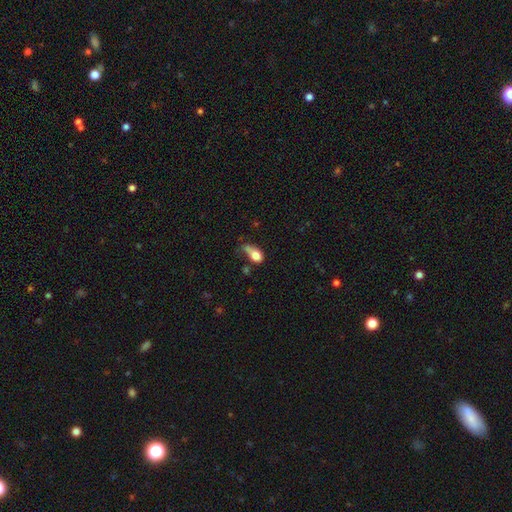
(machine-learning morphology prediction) smooth-or-featured: smooth: 74% | featured or disk: 17% | star or artifact: 9%
  how-rounded: in between: 74% | round: 22% | cigar-shaped: 3%
  merging: major disturbance: 34% | minor disturbance: 26% | none: 24% | merger: 16%